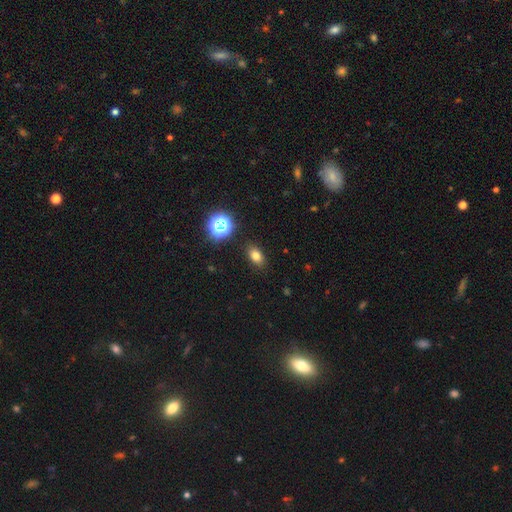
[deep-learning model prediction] Overall: smooth (77%). How rounded: in between (79%). Merging: none (88%).